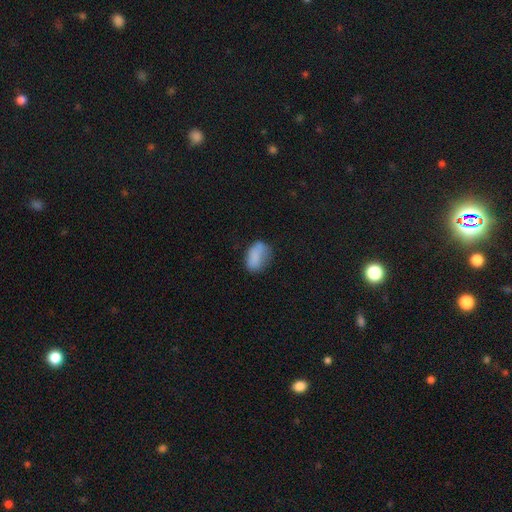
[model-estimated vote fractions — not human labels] smooth-or-featured: smooth: 79% | featured or disk: 11% | star or artifact: 9%
  how-rounded: in between: 86% | round: 12% | cigar-shaped: 2%
  merging: none: 49% | minor disturbance: 32% | major disturbance: 14% | merger: 5%